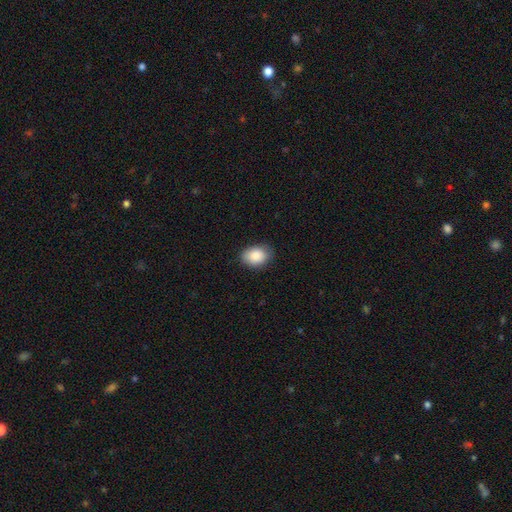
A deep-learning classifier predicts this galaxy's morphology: smooth 88%, star or artifact 7%, featured or disk 5%. Down the decision tree: how rounded — in between (72%); merging — none (82%).